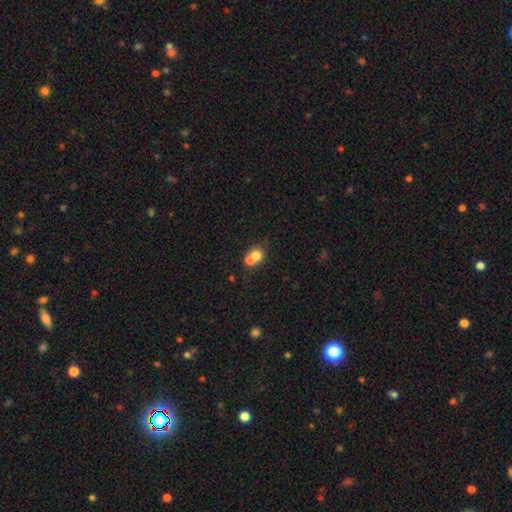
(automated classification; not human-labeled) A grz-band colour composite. It shows a smooth galaxy with no disk features (72%) that is round (78%). Merging: merger (61%).